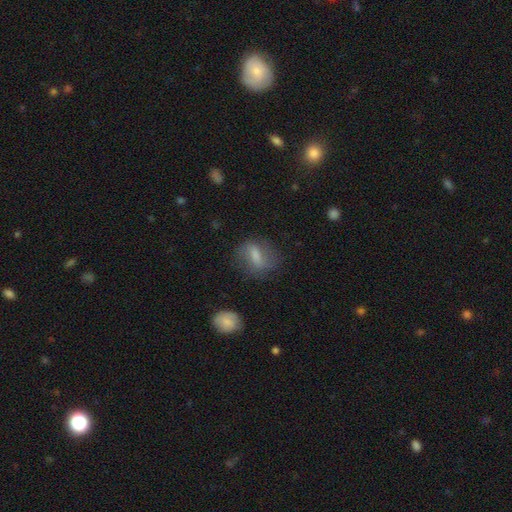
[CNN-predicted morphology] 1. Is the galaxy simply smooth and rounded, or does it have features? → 58% smooth, 33% featured or disk, 10% star or artifact.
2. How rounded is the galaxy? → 64% in between, 24% round, 12% cigar-shaped.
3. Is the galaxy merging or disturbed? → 66% none, 20% minor disturbance, 11% major disturbance, 2% merger.